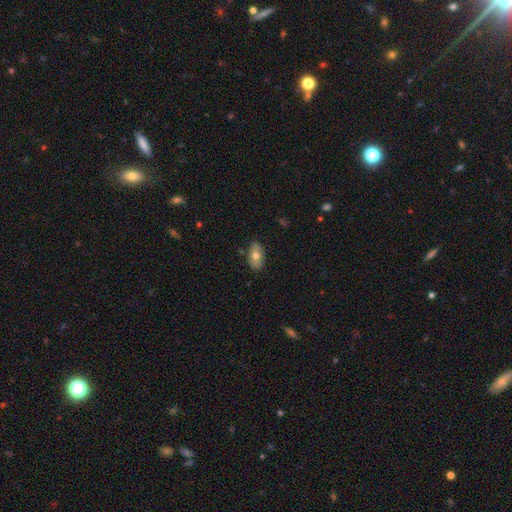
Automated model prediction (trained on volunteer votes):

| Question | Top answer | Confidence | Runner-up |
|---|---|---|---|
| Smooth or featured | smooth | 67% | featured or disk (26%) |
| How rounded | in between | 90% | round (8%) |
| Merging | none | 81% | minor disturbance (15%) |